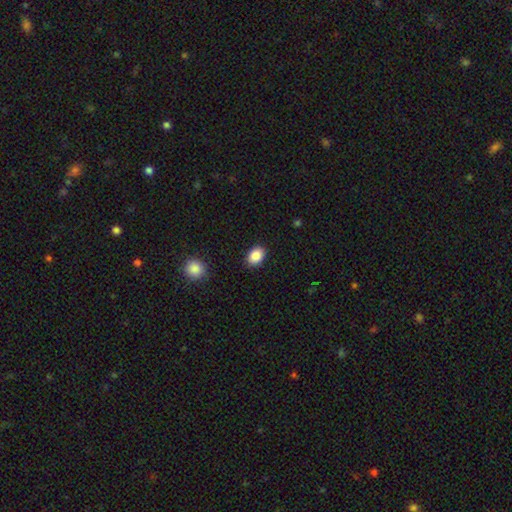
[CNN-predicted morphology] Q: Smooth or featured?
A: smooth (88%); runner-up: star or artifact (8%)
Q: How rounded?
A: in between (72%); runner-up: round (27%)
Q: Merging?
A: none (88%); runner-up: minor disturbance (9%)